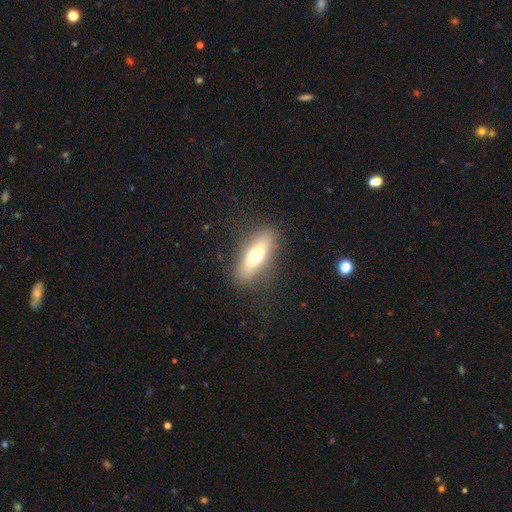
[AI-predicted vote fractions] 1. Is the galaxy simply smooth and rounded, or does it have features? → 59% smooth, 33% featured or disk, 8% star or artifact.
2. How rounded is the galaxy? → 51% in between, 45% cigar-shaped, 4% round.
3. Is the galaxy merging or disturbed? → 85% none, 10% minor disturbance, 4% major disturbance, 1% merger.